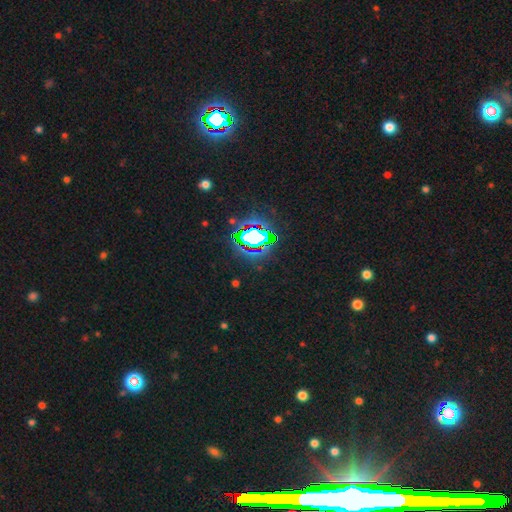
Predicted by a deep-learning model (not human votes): smooth-or-featured: star or artifact: 82% | smooth: 10% | featured or disk: 8%